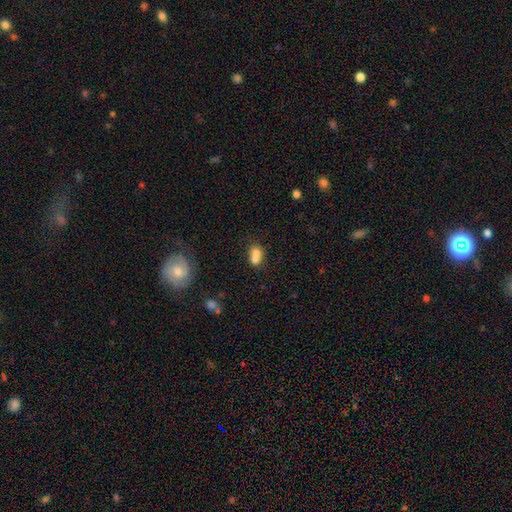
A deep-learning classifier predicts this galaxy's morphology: smooth-or-featured: smooth: 74% | featured or disk: 15% | star or artifact: 11%
  how-rounded: in between: 61% | round: 37% | cigar-shaped: 2%
  merging: merger: 58% | none: 28% | minor disturbance: 10% | major disturbance: 5%